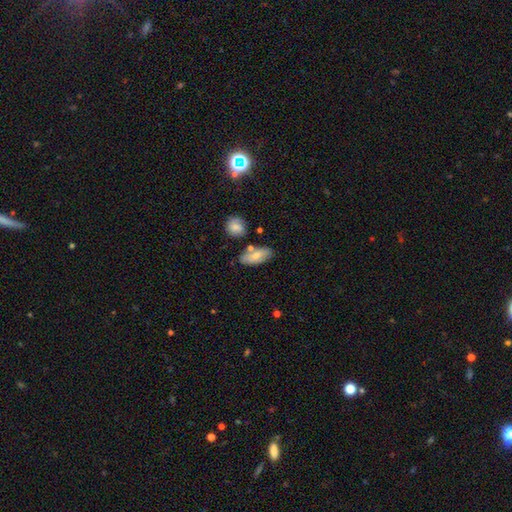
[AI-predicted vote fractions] A smooth galaxy with no disk features (71%) that is in between round and cigar-shaped (85%). Merging: none (72%).